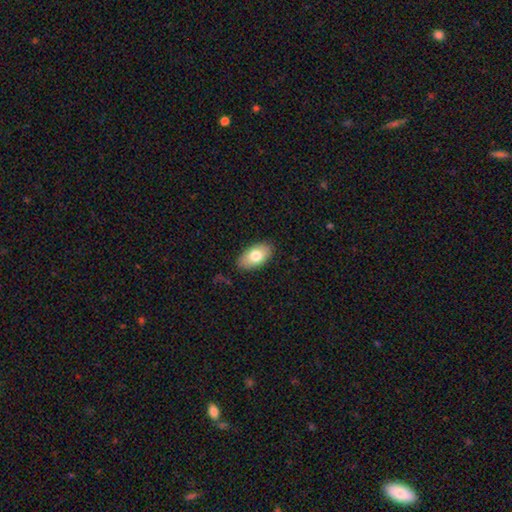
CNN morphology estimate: Smooth or featured? Predicted: smooth (p=0.76). How rounded? Predicted: in between (p=0.93). Merging? Predicted: none (p=0.86).